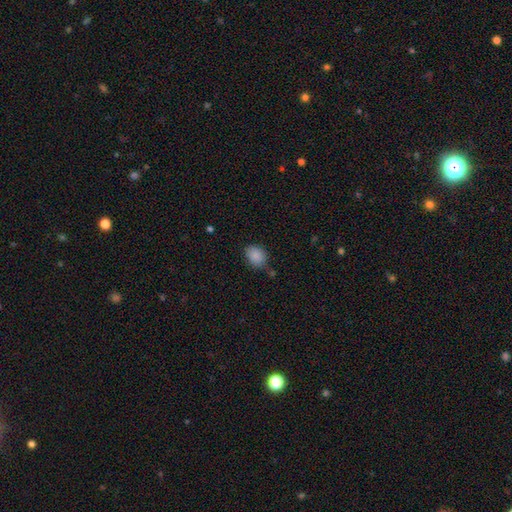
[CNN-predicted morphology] Smooth or featured?
  - smooth: 88% *
  - star or artifact: 8%
  - featured or disk: 4%
How rounded?
  - in between: 65% *
  - round: 34%
  - cigar-shaped: 1%
Merging?
  - none: 74% *
  - minor disturbance: 18%
  - major disturbance: 4%
  - merger: 4%